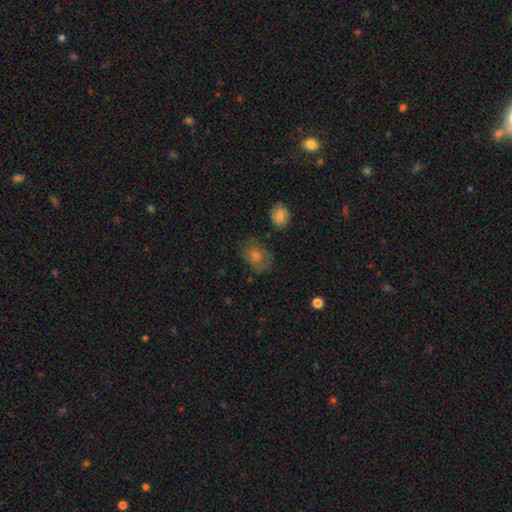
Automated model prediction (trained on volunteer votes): smooth-or-featured: smooth: 60% | featured or disk: 25% | star or artifact: 15%
  how-rounded: in between: 59% | round: 40% | cigar-shaped: 1%
  merging: none: 74% | minor disturbance: 18% | major disturbance: 6% | merger: 2%